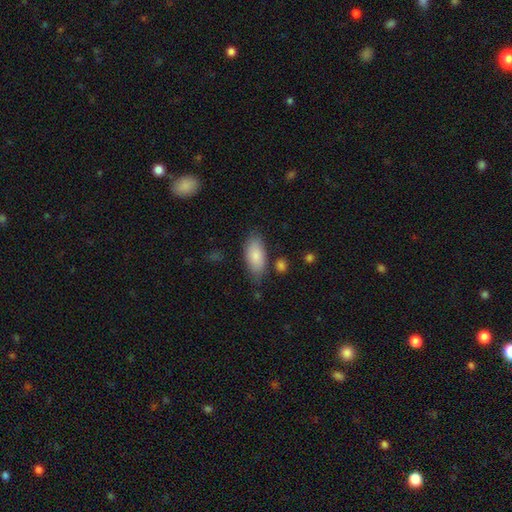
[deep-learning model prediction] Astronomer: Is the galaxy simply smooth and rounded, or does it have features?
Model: smooth — 85%.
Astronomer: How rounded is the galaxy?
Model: in between — 88%.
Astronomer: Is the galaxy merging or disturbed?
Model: none — 72%.